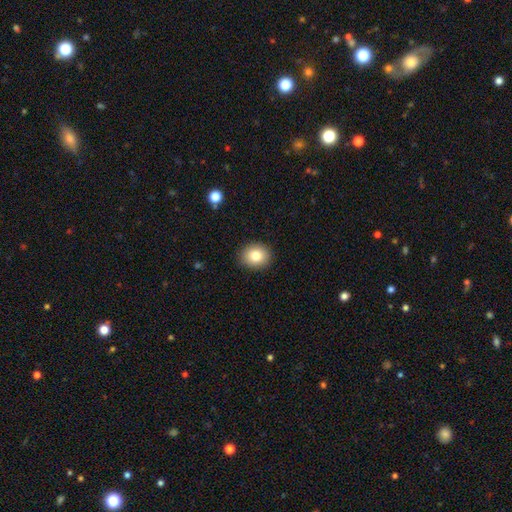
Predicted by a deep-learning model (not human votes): Q: Smooth or featured?
A: smooth (82%); runner-up: star or artifact (10%)
Q: How rounded?
A: round (69%); runner-up: in between (31%)
Q: Merging?
A: none (89%); runner-up: minor disturbance (8%)